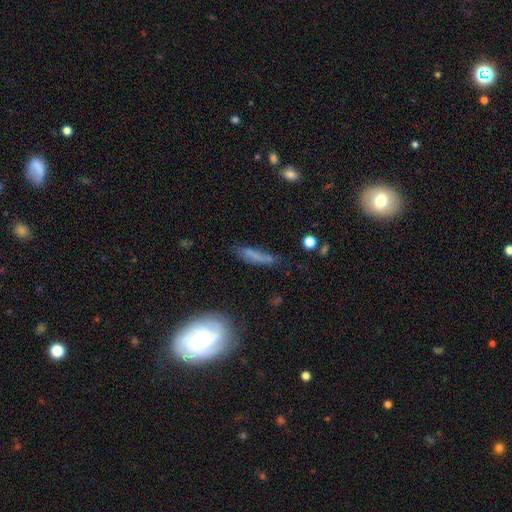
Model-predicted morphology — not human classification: Q: Smooth or featured?
A: smooth (58%); runner-up: featured or disk (29%)
Q: How rounded?
A: cigar-shaped (71%); runner-up: in between (25%)
Q: Merging?
A: none (57%); runner-up: minor disturbance (25%)